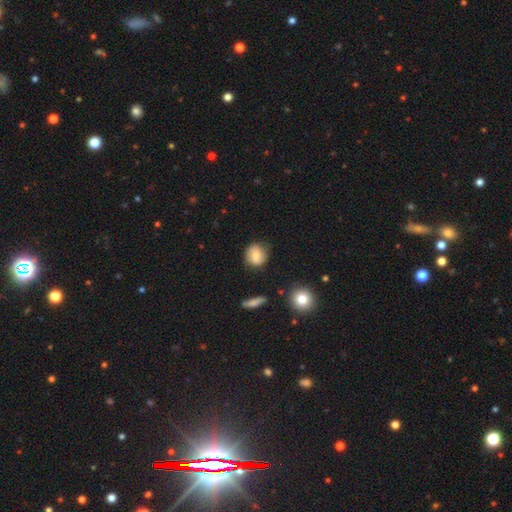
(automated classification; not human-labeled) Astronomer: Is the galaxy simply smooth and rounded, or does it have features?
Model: smooth — 76%.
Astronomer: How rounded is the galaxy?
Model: round — 78%.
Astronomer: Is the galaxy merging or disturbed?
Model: none — 75%.